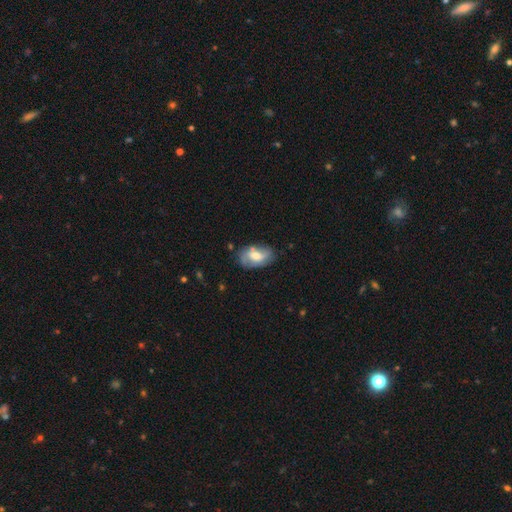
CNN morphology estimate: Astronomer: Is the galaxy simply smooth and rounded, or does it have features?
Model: smooth — 49% (runner-up: featured or disk, 44%).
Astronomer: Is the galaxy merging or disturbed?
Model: none — 62%.